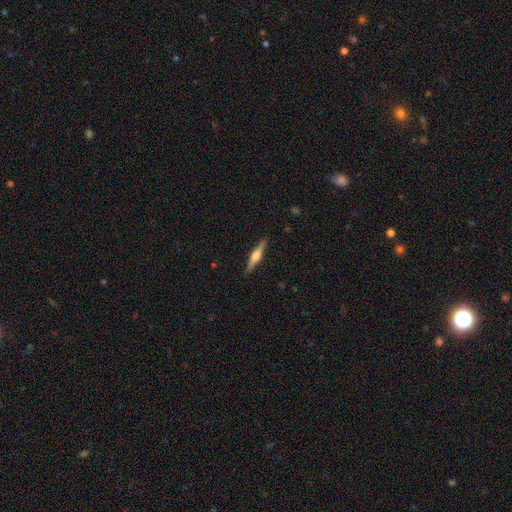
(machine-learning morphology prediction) Smooth or featured: featured or disk — 69% (smooth — 26%)
Edge-on disk: yes — 98% (no — 2%)
Edge-on bulge: rounded — 87% (boxy — 9%)
Merging: none — 90% (minor disturbance — 7%)